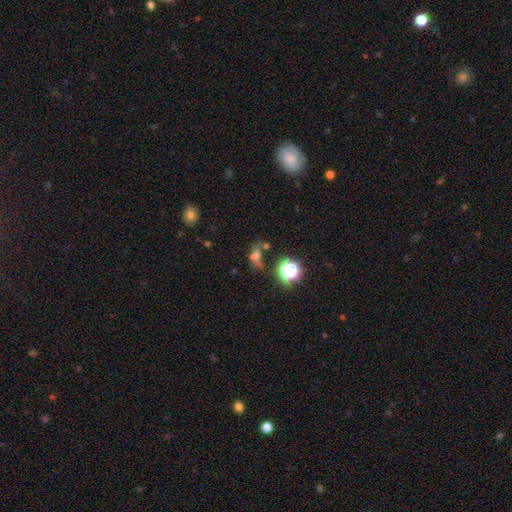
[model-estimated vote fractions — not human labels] smooth_or_featured: smooth (p=0.49) [alt: star or artifact p=0.31]
merging: none (p=0.39) [alt: major disturbance p=0.23]